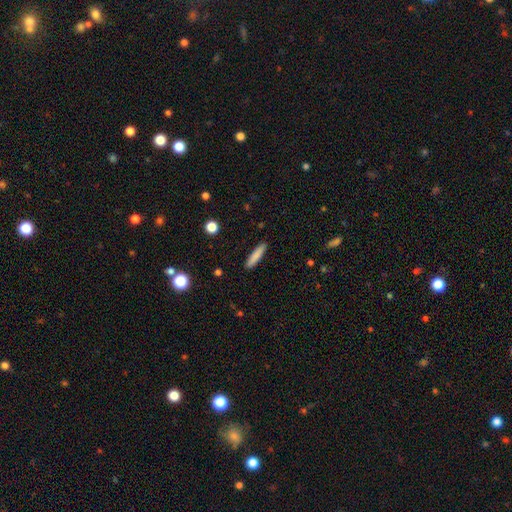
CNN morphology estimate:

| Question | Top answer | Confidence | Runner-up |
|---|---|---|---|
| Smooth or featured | smooth | 83% | featured or disk (11%) |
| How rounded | cigar-shaped | 85% | in between (14%) |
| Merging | none | 90% | minor disturbance (7%) |